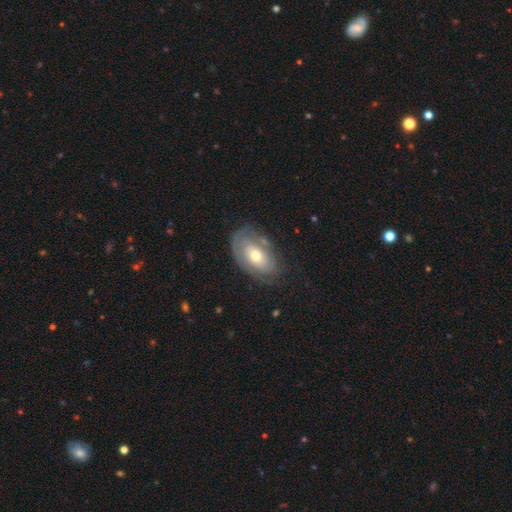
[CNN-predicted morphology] Smooth or featured?
  - featured or disk: 63% *
  - smooth: 31%
  - star or artifact: 6%
Edge-on disk?
  - no: 93% *
  - yes: 7%
Bar?
  - no: 81% *
  - weak: 15%
  - strong: 4%
Spiral arms?
  - yes: 61% *
  - no: 39%
Bulge size?
  - moderate: 65% *
  - small: 27%
  - large: 7%
  - dominant: 1%
  - none: 1%
Merging?
  - none: 67% *
  - minor disturbance: 21%
  - major disturbance: 9%
  - merger: 2%